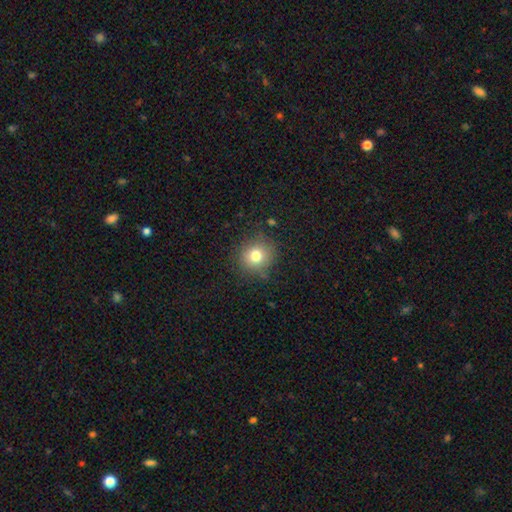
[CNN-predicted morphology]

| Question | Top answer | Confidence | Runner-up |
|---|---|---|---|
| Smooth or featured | smooth | 78% | star or artifact (12%) |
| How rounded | round | 88% | in between (11%) |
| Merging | none | 83% | minor disturbance (12%) |